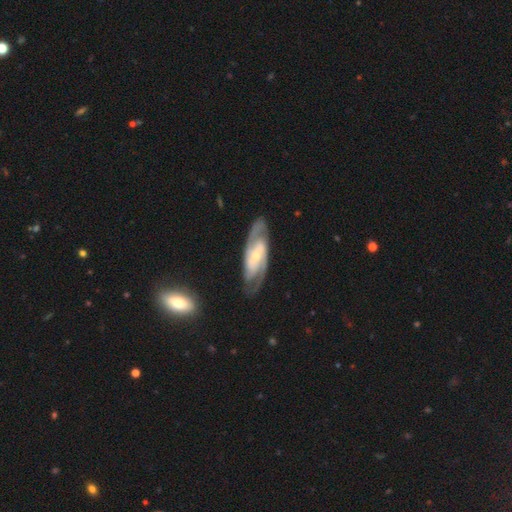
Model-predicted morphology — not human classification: type=featured or disk (85%); edge-on=no (92%); bar=weak (38%); spiral arms=yes (95%); winding=medium (45%); arm count=2 (80%); bulge=small (58%); merging=none (79%).